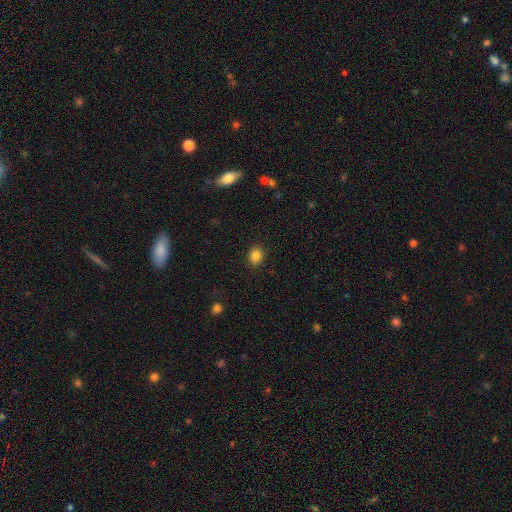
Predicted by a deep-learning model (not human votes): The model was most divided on "how rounded": round: 58%, in between: 41%, cigar-shaped: 1%. More confident: merging — none (89%); smooth or featured — smooth (85%).